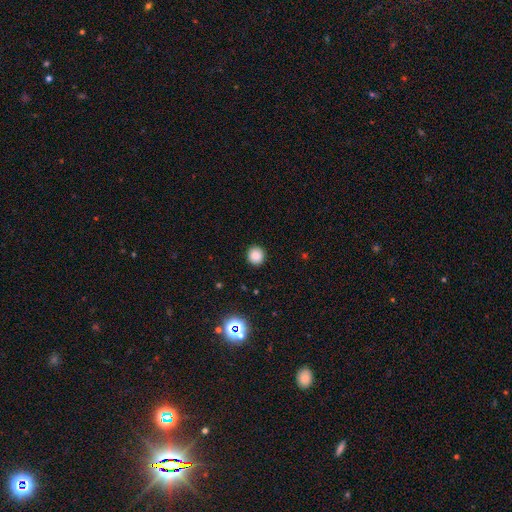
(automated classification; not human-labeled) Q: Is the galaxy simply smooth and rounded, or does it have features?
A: smooth — 85%.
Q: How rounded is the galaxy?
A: round — 93%.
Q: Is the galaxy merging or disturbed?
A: none — 92%.